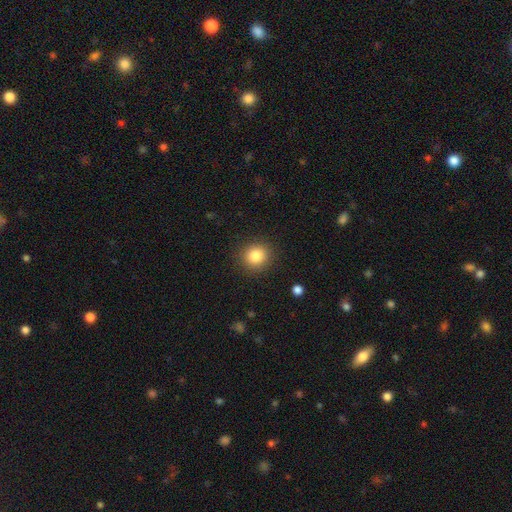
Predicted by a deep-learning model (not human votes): This appears to be a smooth galaxy with no disk features (84%) that is round (88%). Merging: none (89%).